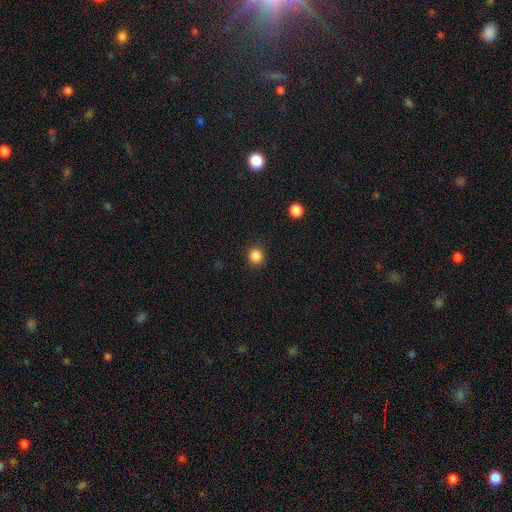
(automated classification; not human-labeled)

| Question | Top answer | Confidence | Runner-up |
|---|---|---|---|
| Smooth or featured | smooth | 86% | star or artifact (11%) |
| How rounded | round | 89% | in between (10%) |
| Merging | none | 91% | minor disturbance (6%) |